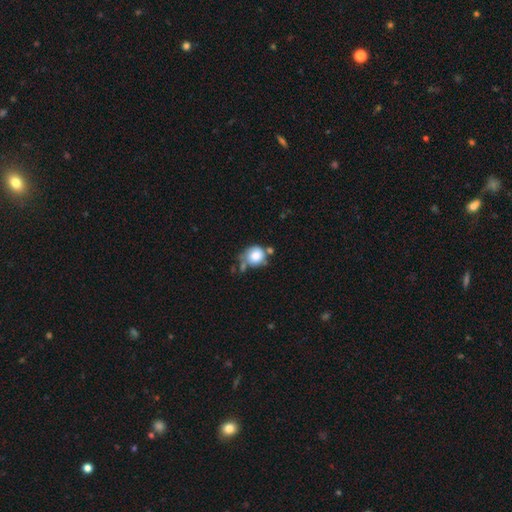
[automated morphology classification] Smooth or featured? Predicted: smooth (p=0.78). How rounded? Predicted: round (p=0.80). Merging? Predicted: none (p=0.42).